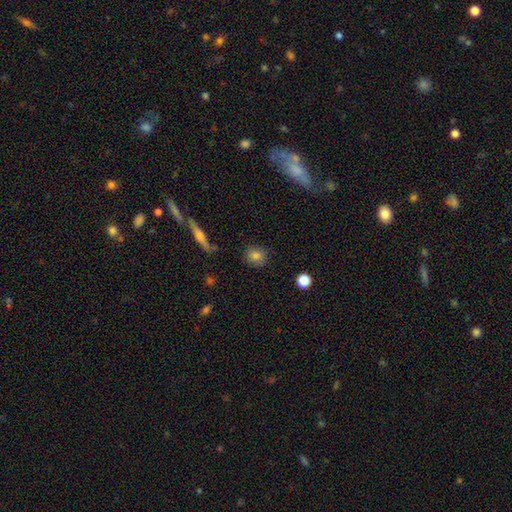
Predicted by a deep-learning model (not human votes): A smooth galaxy with no disk features (80%) that is round (78%).

Vote fractions:
- Smooth or featured? smooth: 80% / star or artifact: 10% / featured or disk: 10%
- How rounded? round: 78% / in between: 20% / cigar-shaped: 2%
- Merging? none: 85% / minor disturbance: 10% / major disturbance: 3% / merger: 2%